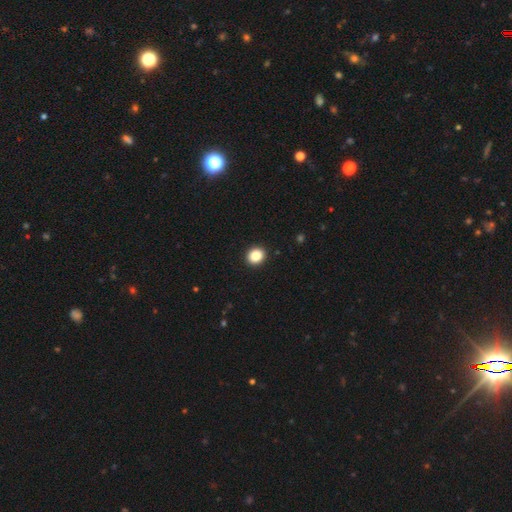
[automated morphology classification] smooth-or-featured: smooth: 86% | star or artifact: 10% | featured or disk: 5%
  how-rounded: round: 74% | in between: 25% | cigar-shaped: 1%
  merging: none: 93% | minor disturbance: 5% | major disturbance: 2% | merger: 1%